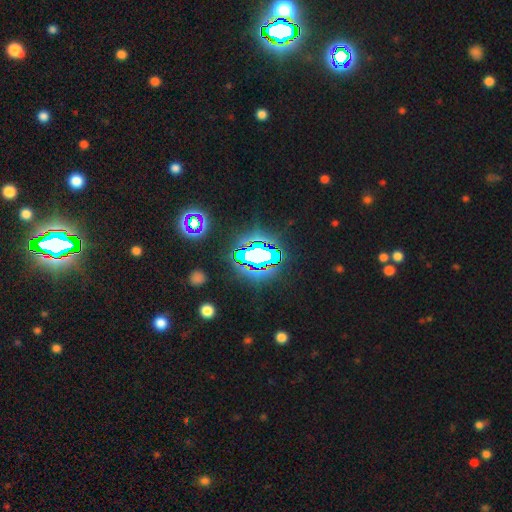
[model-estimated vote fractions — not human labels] Smooth or featured? star or artifact (64%)